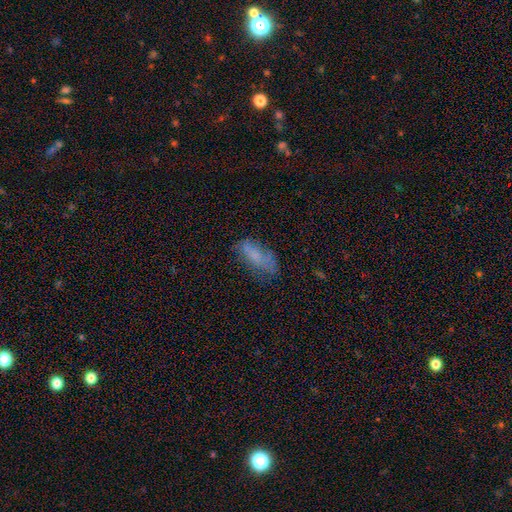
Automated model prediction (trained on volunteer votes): A smooth galaxy with no disk features (60%) that is in between round and cigar-shaped (78%).

Vote fractions:
- Smooth or featured? smooth: 60% / featured or disk: 28% / star or artifact: 12%
- How rounded? in between: 78% / cigar-shaped: 19% / round: 3%
- Merging? none: 50% / minor disturbance: 28% / major disturbance: 18% / merger: 4%